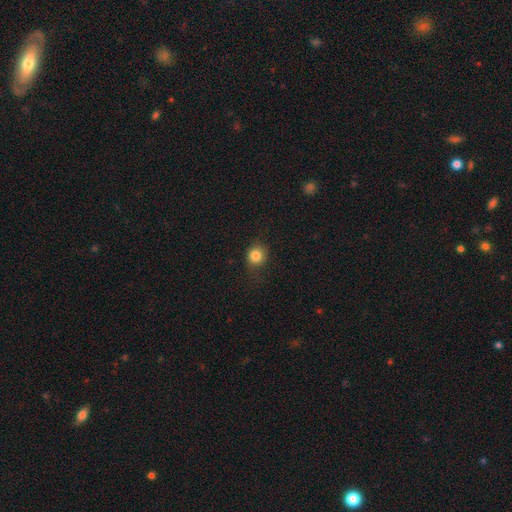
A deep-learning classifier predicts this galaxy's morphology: smooth_or_featured: smooth (p=0.83) [alt: star or artifact p=0.11]
how_rounded: round (p=0.82) [alt: in between p=0.17]
merging: none (p=0.77) [alt: minor disturbance p=0.17]